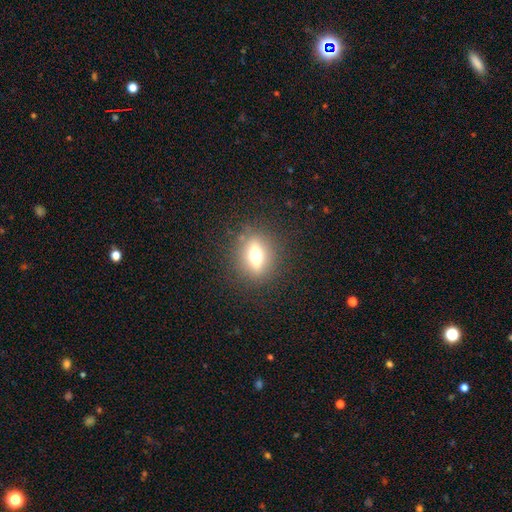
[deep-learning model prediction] Morphology: type=smooth (51%); roundness=in between (52%); merging=none (84%).